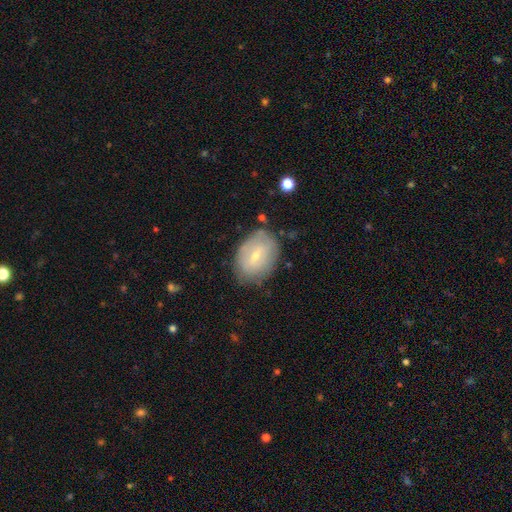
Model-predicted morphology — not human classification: type=smooth (51%); roundness=in between (72%); merging=none (73%).